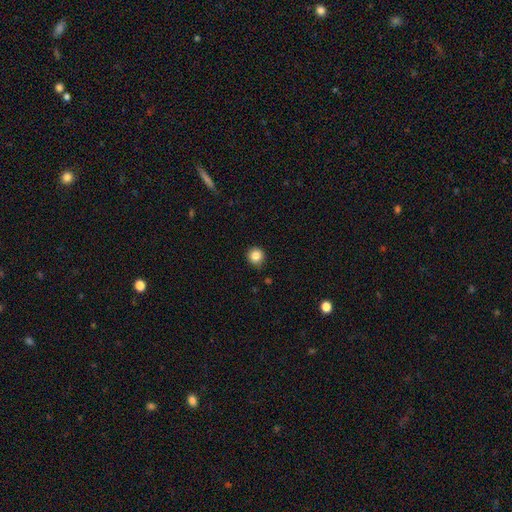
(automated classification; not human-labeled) smooth_or_featured: smooth (p=0.86) [alt: star or artifact p=0.10]
how_rounded: round (p=0.93) [alt: in between p=0.06]
merging: none (p=0.89) [alt: minor disturbance p=0.08]